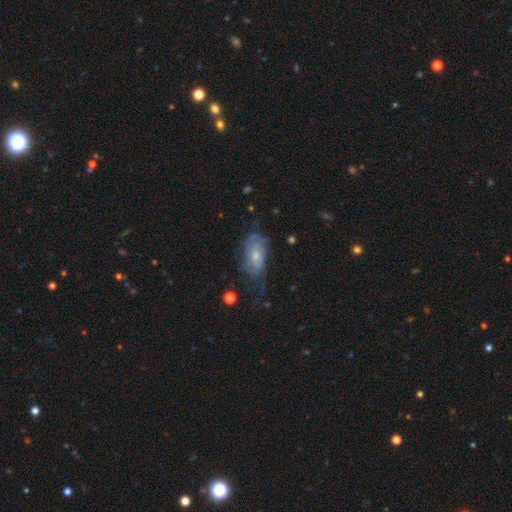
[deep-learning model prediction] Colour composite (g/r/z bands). It shows a featured or disk galaxy (49%). Merging: none (43%).